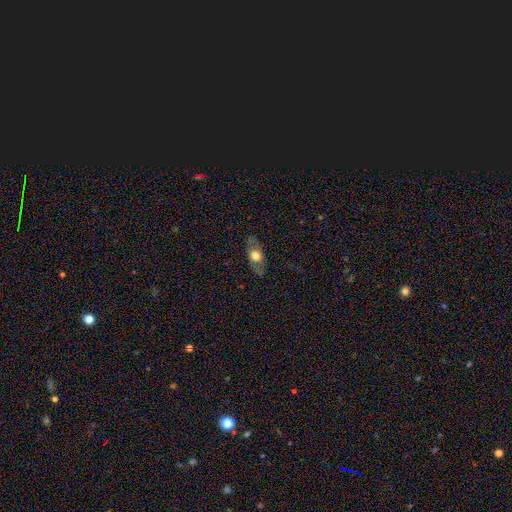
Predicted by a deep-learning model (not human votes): smooth-or-featured: smooth: 55% | featured or disk: 38% | star or artifact: 7%
  how-rounded: in between: 76% | cigar-shaped: 13% | round: 11%
  merging: none: 82% | minor disturbance: 13% | major disturbance: 4% | merger: 1%